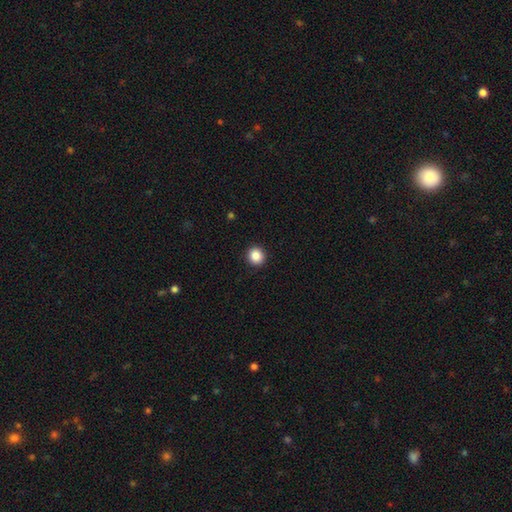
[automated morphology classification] A smooth galaxy with no disk features (87%) that is round (92%).

Vote fractions:
- Smooth or featured? smooth: 87% / star or artifact: 10% / featured or disk: 3%
- How rounded? round: 92% / in between: 7% / cigar-shaped: 1%
- Merging? none: 93% / minor disturbance: 5% / major disturbance: 2% / merger: 1%